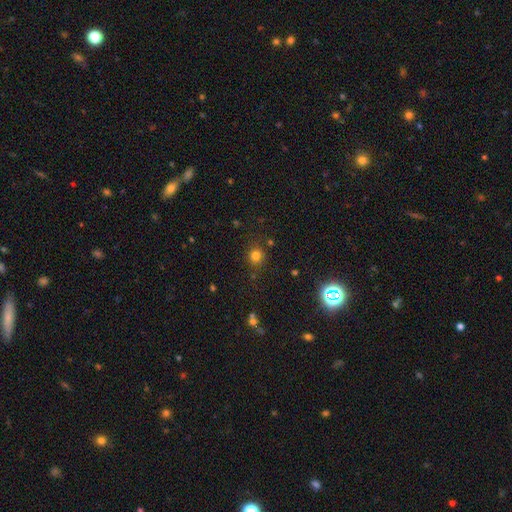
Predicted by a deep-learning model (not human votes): A smooth galaxy with no disk features (78%) that is round (88%). Merging: none (84%).